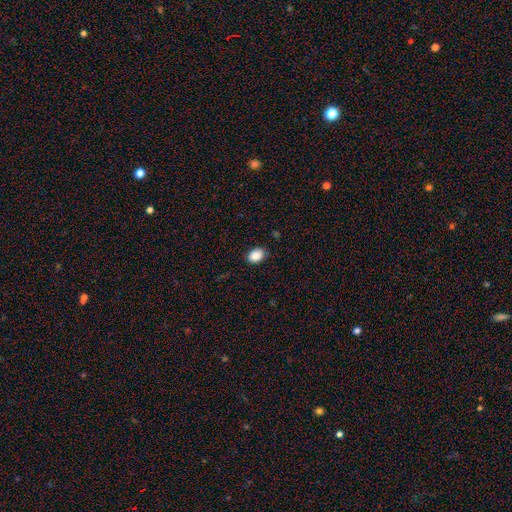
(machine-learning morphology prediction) Smooth or featured? Predicted: smooth (p=0.88). How rounded? Predicted: in between (p=0.73). Merging? Predicted: none (p=0.84).